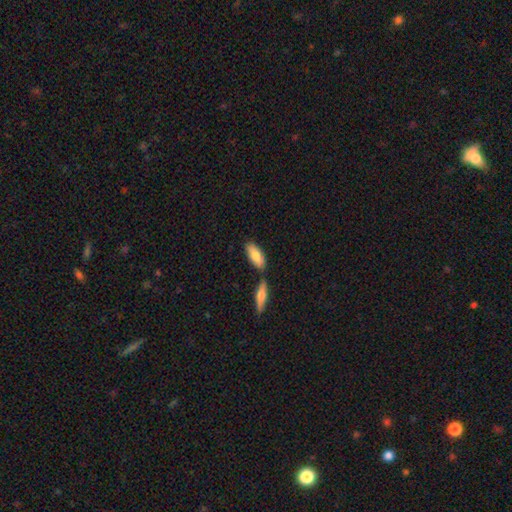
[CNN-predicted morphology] Overall: smooth (81%). How rounded: in between (77%). Merging: none (64%).